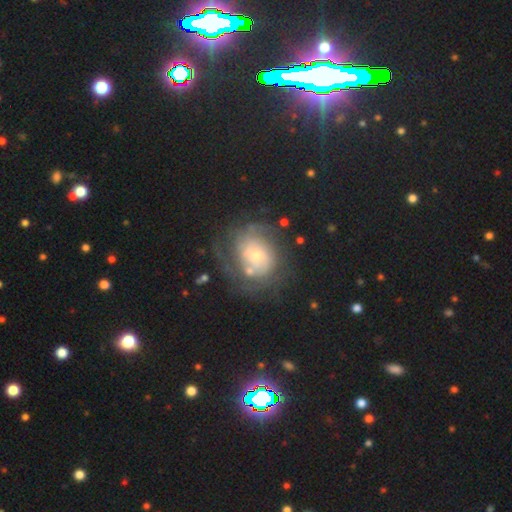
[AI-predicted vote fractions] Smooth or featured: featured or disk — 71% (smooth — 21%)
Edge-on disk: no — 97% (yes — 3%)
Bar: no — 75% (weak — 21%)
Spiral arms: yes — 80% (no — 20%)
Spiral winding: tight — 56% (medium — 30%)
Spiral arm count: can't tell — 49% (2 — 23%)
Bulge size: small — 49% (moderate — 39%)
Merging: none — 56% (minor disturbance — 20%)